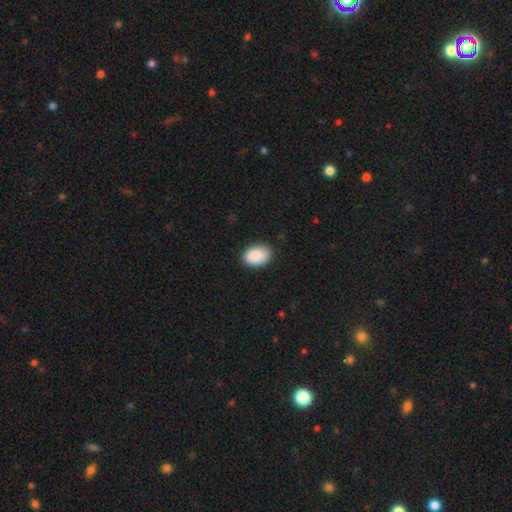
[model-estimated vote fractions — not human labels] A smooth galaxy with no disk features (90%) that is in between round and cigar-shaped (80%).

Vote fractions:
- Smooth or featured? smooth: 90% / star or artifact: 7% / featured or disk: 3%
- How rounded? in between: 80% / round: 19% / cigar-shaped: 1%
- Merging? none: 85% / minor disturbance: 12% / major disturbance: 2% / merger: 1%